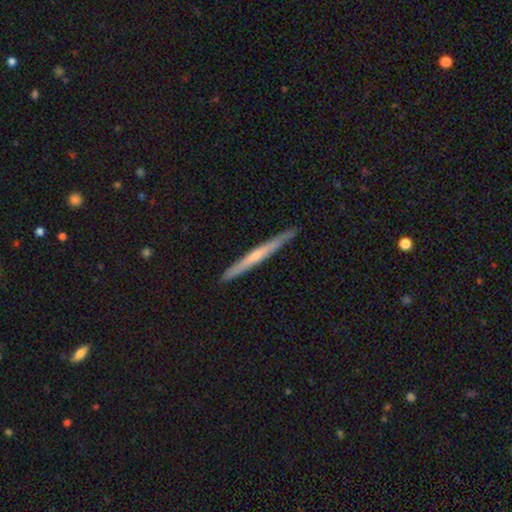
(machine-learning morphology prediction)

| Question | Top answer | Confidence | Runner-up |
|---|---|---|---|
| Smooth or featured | featured or disk | 57% | smooth (38%) |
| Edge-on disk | yes | 97% | no (3%) |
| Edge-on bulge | none | 50% | rounded (46%) |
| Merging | none | 90% | minor disturbance (7%) |